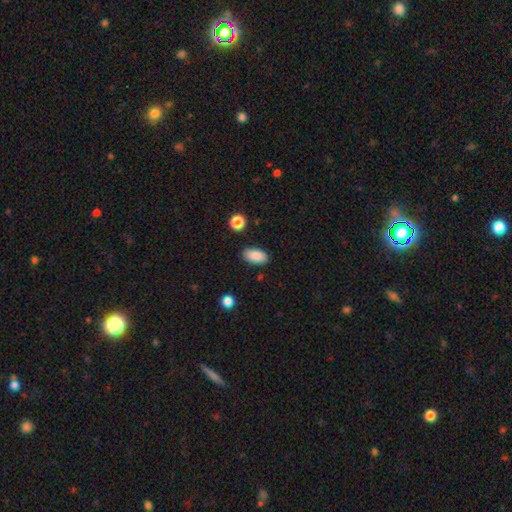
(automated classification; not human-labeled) Smooth or featured: smooth — 88% (star or artifact — 7%)
How rounded: in between — 93% (round — 4%)
Merging: none — 86% (minor disturbance — 10%)